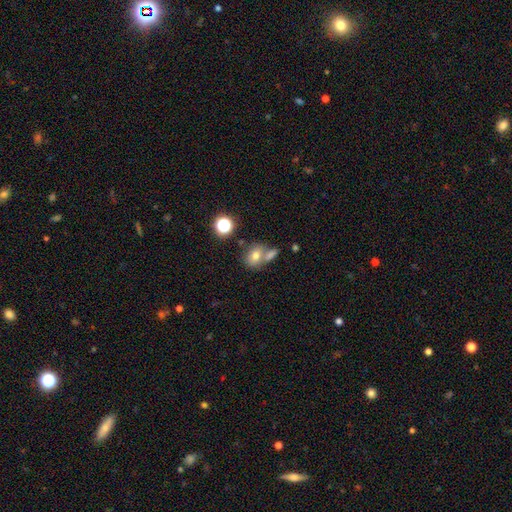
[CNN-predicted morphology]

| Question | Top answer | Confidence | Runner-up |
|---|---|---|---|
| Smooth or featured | smooth | 71% | featured or disk (16%) |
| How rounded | in between | 50% | round (48%) |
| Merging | none | 48% | merger (37%) |